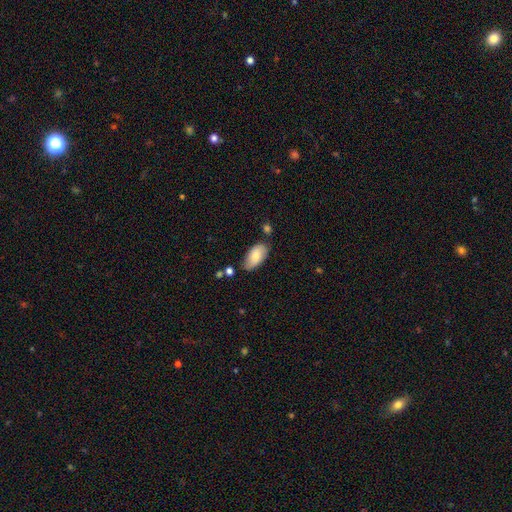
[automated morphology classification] smooth-or-featured: smooth: 77% | featured or disk: 16% | star or artifact: 7%
  how-rounded: in between: 94% | round: 3% | cigar-shaped: 3%
  merging: none: 70% | minor disturbance: 21% | merger: 5% | major disturbance: 4%